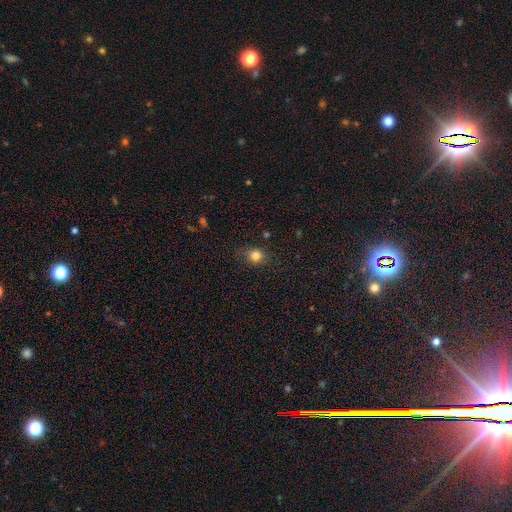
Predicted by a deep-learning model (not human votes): smooth 81%, star or artifact 13%, featured or disk 7%. Down the decision tree: how rounded — round (71%); merging — none (78%).